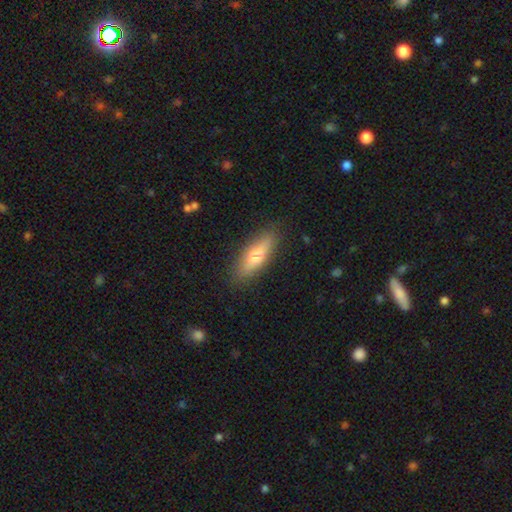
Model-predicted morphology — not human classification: smooth_or_featured: smooth (p=0.60) [alt: featured or disk p=0.34]
how_rounded: cigar-shaped (p=0.55) [alt: in between p=0.42]
merging: none (p=0.85) [alt: minor disturbance p=0.11]